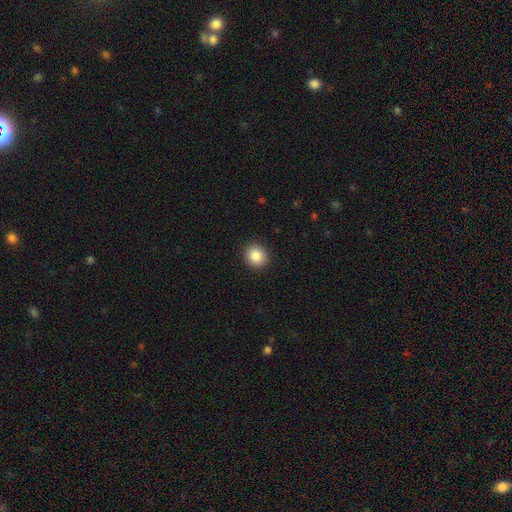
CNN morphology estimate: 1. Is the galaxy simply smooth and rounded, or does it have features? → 86% smooth, 9% star or artifact, 5% featured or disk.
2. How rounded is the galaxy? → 83% round, 16% in between, 1% cigar-shaped.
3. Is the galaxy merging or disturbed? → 91% none, 6% minor disturbance, 2% major disturbance, 1% merger.